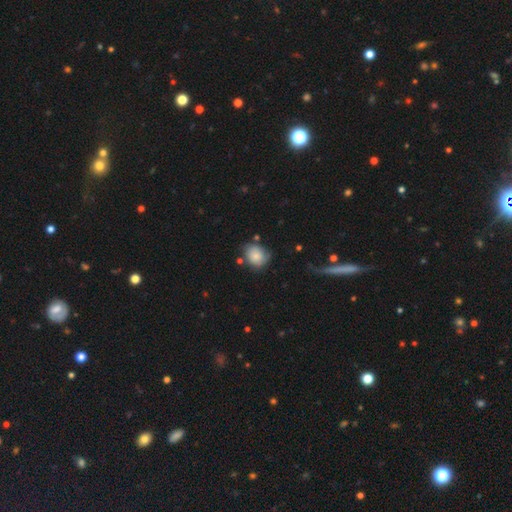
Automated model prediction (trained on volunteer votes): Q: Smooth or featured?
A: smooth (78%); runner-up: featured or disk (13%)
Q: How rounded?
A: round (69%); runner-up: in between (30%)
Q: Merging?
A: none (59%); runner-up: minor disturbance (28%)